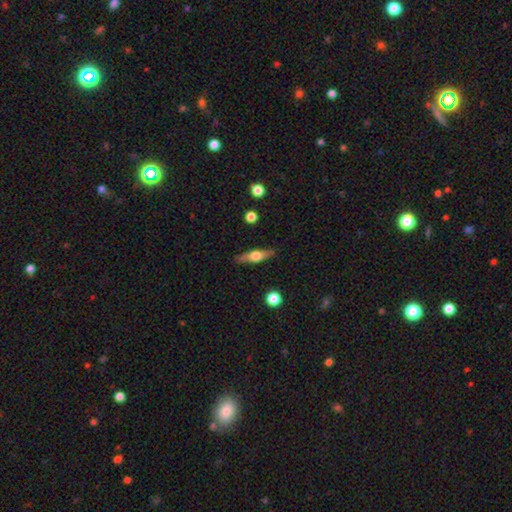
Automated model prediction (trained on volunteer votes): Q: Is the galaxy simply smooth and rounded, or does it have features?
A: featured or disk — 51%.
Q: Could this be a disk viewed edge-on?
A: yes — 92%.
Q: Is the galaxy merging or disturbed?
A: none — 86%.